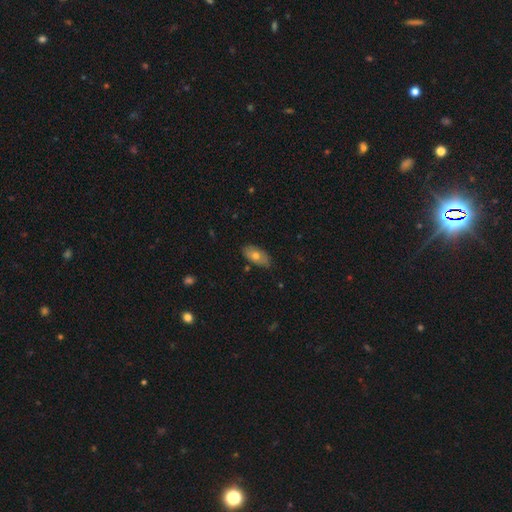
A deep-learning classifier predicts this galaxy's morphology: Q: Smooth or featured?
A: smooth (67%); runner-up: featured or disk (26%)
Q: How rounded?
A: in between (90%); runner-up: cigar-shaped (5%)
Q: Merging?
A: none (77%); runner-up: minor disturbance (18%)